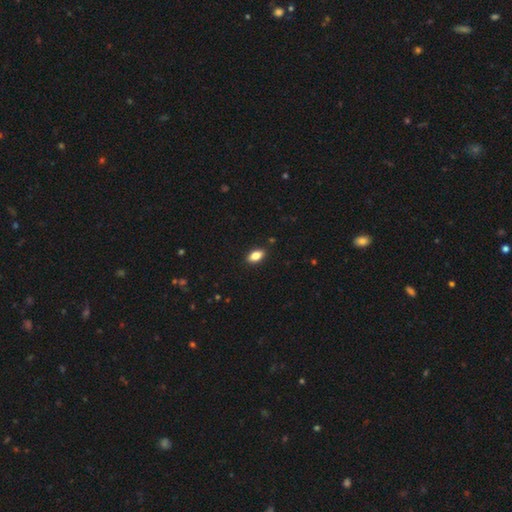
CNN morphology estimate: Overall: smooth (83%). How rounded: in between (90%). Merging: none (89%).